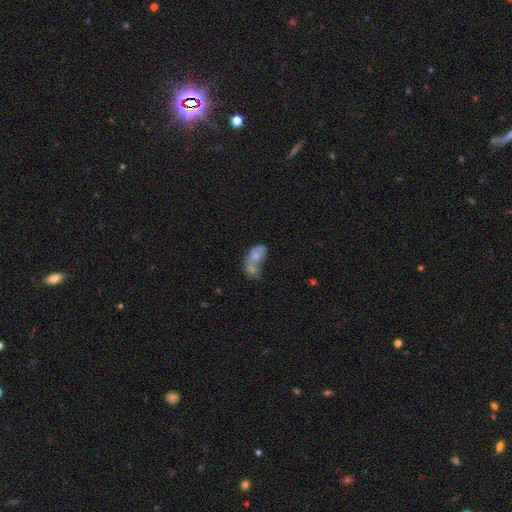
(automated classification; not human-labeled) This is likely a smooth galaxy (65%). How rounded: clearly in between (83%). Merging: likely merger (73%).